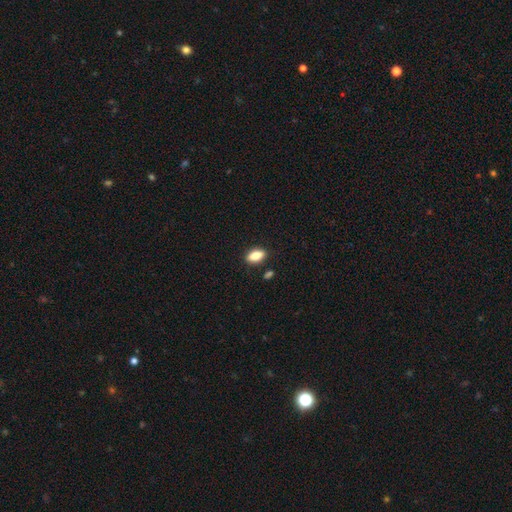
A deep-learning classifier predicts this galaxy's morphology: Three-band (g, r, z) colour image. It shows a smooth galaxy with no disk features (80%) that is in between round and cigar-shaped (86%). Merging: none (85%).